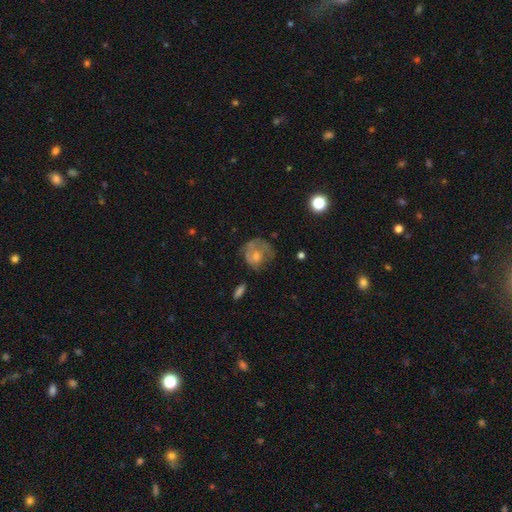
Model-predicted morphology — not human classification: This appears to be a featured or disk galaxy (54%) with no bar (81%), spiral arms (60%) and a moderate central bulge (47%). Merging: none (51%).